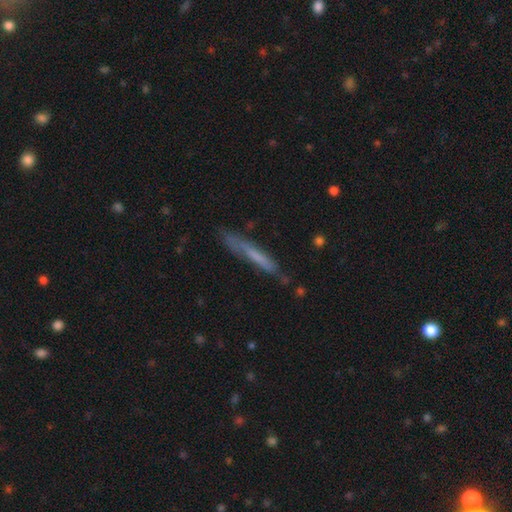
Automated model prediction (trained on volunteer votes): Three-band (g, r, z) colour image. It shows a smooth galaxy with no disk features (54%) that is cigar-shaped (94%). Merging: none (67%).